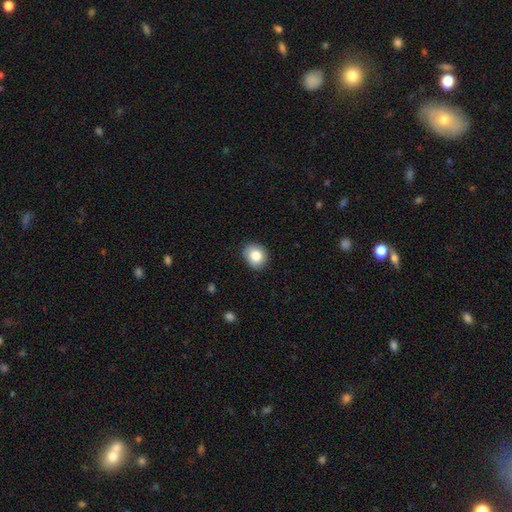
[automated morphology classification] Smooth or featured: smooth — 84% (star or artifact — 8%)
How rounded: round — 67% (in between — 32%)
Merging: none — 85% (minor disturbance — 12%)